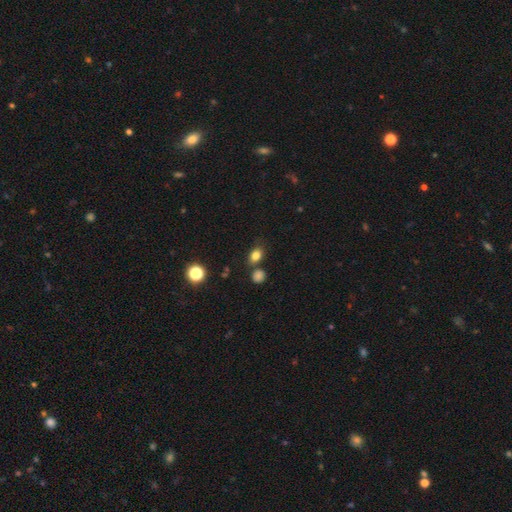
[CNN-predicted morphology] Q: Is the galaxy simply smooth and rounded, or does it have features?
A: smooth — 81%.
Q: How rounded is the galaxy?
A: in between — 66%.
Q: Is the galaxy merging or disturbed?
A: none — 70%.